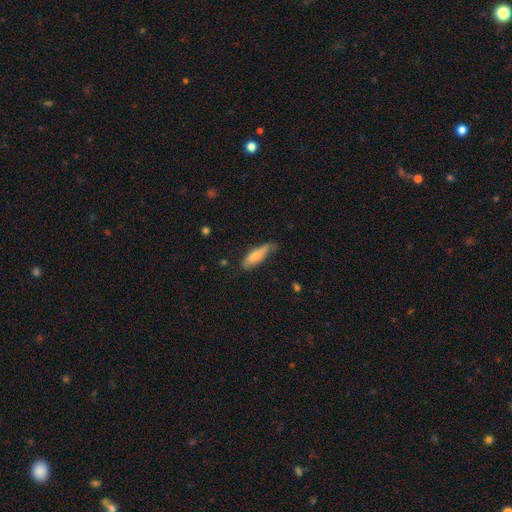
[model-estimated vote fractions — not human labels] A smooth galaxy with no disk features (78%) that is cigar-shaped (59%). Merging: none (59%).